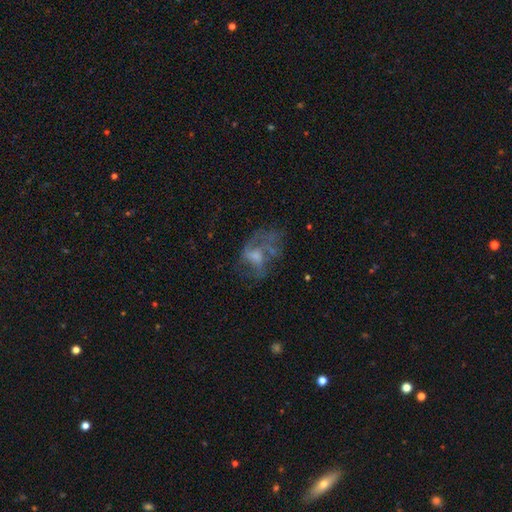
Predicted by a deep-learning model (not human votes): smooth_or_featured: featured or disk (p=0.63) [alt: smooth p=0.22]
disk_edge_on: no (p=0.97) [alt: yes p=0.03]
bar: no (p=0.61) [alt: weak p=0.33]
has_spiral_arms: yes (p=0.54) [alt: no p=0.46]
bulge_size: moderate (p=0.38) [alt: small p=0.34]
merging: none (p=0.39) [tied with: major disturbance p=0.39]